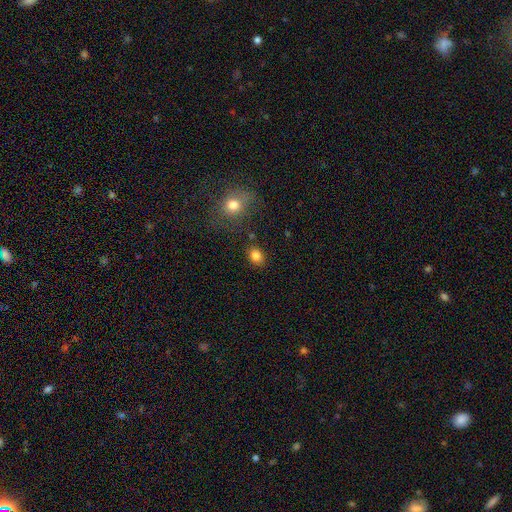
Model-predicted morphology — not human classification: The model was most divided on "how rounded": in between: 52%, round: 47%, cigar-shaped: 1%. More confident: smooth or featured — smooth (83%); merging — none (82%).